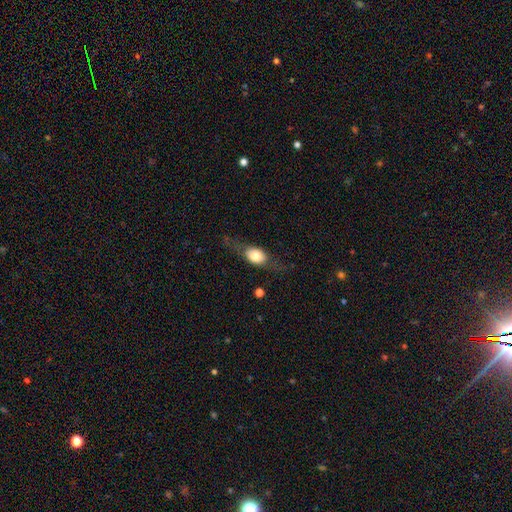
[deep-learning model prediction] This appears to be a smooth galaxy with no disk features (56%) that is in between round and cigar-shaped (61%). Merging: none (67%).